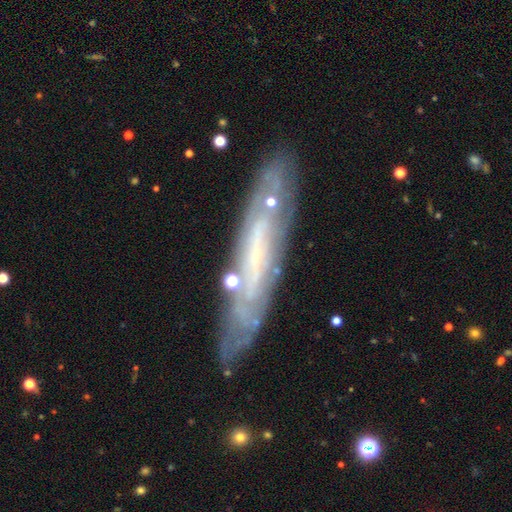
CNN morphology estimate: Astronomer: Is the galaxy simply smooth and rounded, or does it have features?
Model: featured or disk — 68%.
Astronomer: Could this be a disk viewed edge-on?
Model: yes — 52% (runner-up: no, 48%).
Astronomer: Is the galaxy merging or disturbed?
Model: none — 77%.